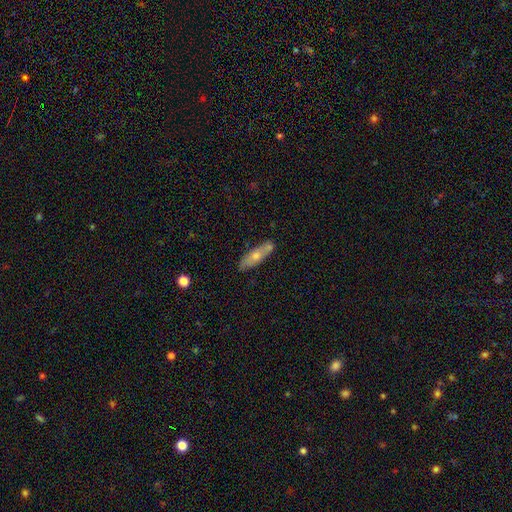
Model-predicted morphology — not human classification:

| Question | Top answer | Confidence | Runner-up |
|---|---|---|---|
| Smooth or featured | smooth | 54% | featured or disk (39%) |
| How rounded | cigar-shaped | 57% | in between (40%) |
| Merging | none | 73% | minor disturbance (15%) |